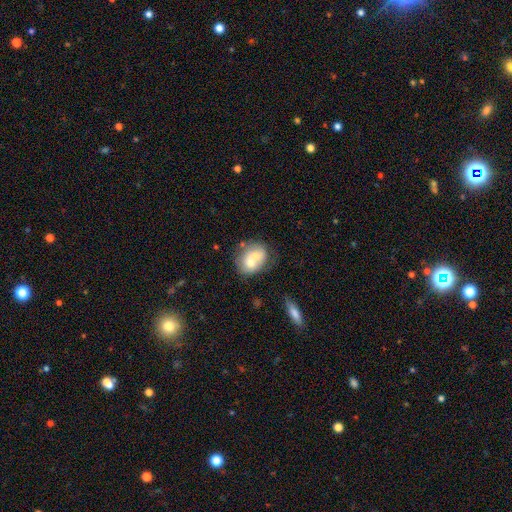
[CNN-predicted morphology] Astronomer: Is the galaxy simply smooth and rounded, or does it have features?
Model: smooth — 61%.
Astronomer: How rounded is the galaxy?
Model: round — 58% (runner-up: in between, 41%).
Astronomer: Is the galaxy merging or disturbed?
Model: merger — 60%.